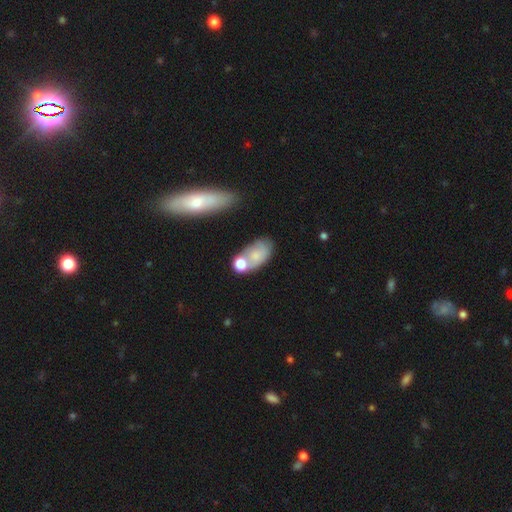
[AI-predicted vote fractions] This appears to be a smooth galaxy with no disk features (66%) that is in between round and cigar-shaped (89%). Merging: none (42%).